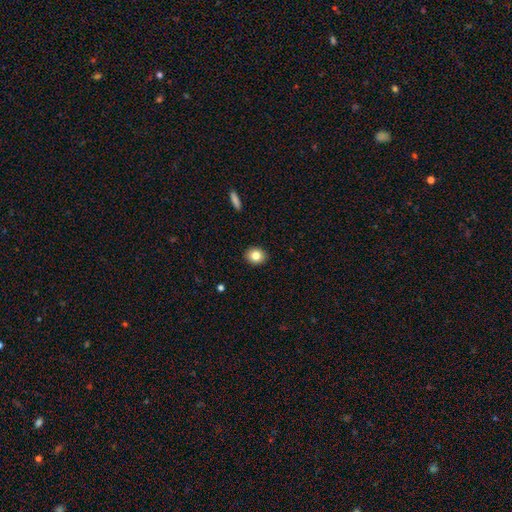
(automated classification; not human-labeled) A smooth galaxy with no disk features (82%) that is round (66%). Merging: none (91%).